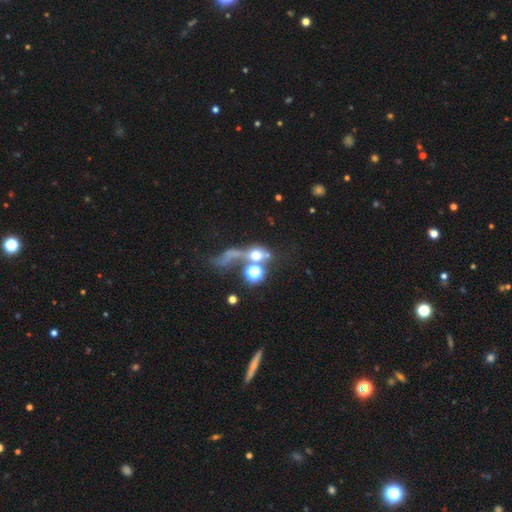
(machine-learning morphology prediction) Overall: smooth (50%; featured or disk 27%). Merging: merger (37%; none 27%).